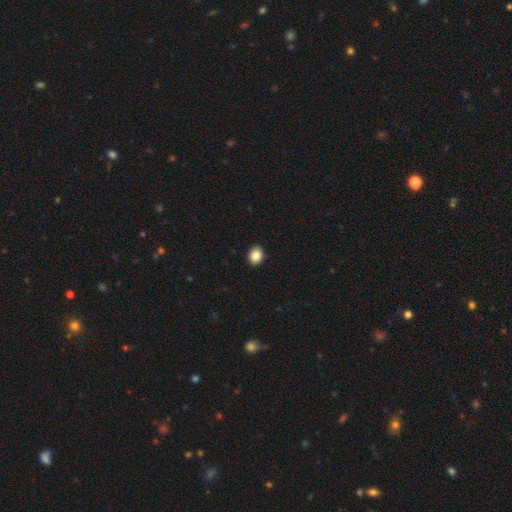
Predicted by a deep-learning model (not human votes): Smooth or featured? Predicted: smooth (p=0.88). How rounded? Predicted: in between (p=0.53). Merging? Predicted: none (p=0.92).